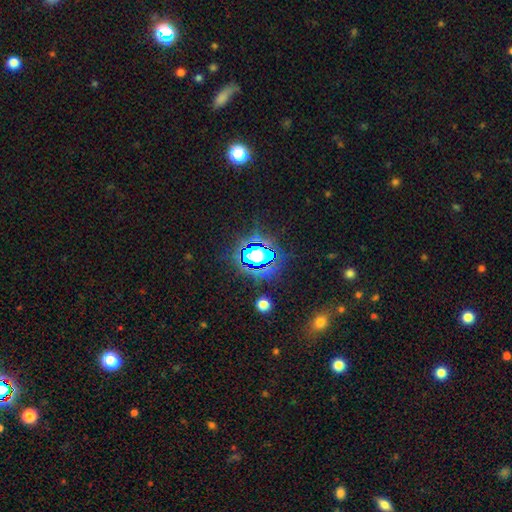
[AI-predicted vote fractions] smooth_or_featured: star or artifact (p=0.78) [alt: smooth p=0.15]